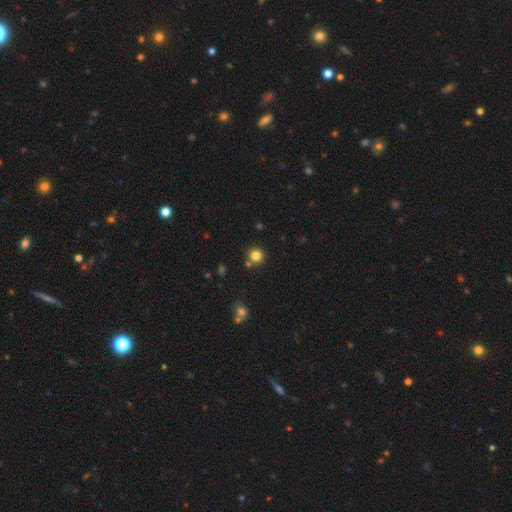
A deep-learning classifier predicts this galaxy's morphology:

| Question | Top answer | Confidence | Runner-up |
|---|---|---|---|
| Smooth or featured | smooth | 82% | star or artifact (12%) |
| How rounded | round | 91% | in between (8%) |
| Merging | none | 81% | merger (9%) |